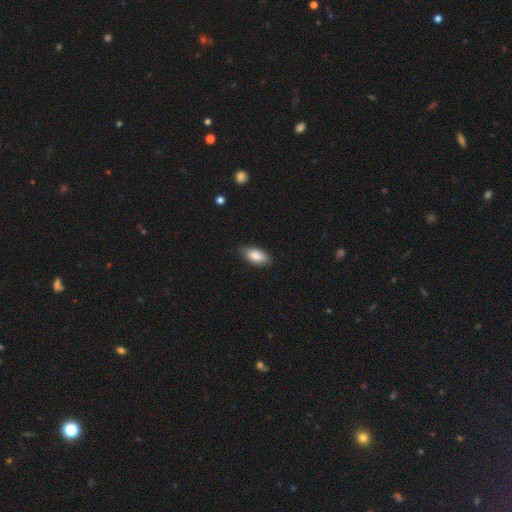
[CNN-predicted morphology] Smooth or featured?
  - smooth: 85% *
  - featured or disk: 9%
  - star or artifact: 6%
How rounded?
  - in between: 91% *
  - cigar-shaped: 7%
  - round: 3%
Merging?
  - none: 82% *
  - minor disturbance: 15%
  - major disturbance: 2%
  - merger: 1%